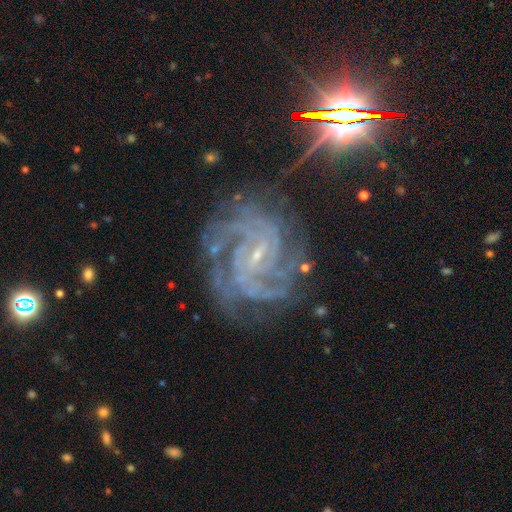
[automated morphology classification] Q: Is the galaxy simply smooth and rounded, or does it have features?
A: featured or disk — 87%.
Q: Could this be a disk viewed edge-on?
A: no — 98%.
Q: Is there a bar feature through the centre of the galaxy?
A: weak — 46%.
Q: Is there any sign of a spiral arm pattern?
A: yes — 98%.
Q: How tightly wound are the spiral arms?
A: tight — 62%.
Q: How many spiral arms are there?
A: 3 — 21%, tied with 2 and 4.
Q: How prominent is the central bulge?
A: small — 83%.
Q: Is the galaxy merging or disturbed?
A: none — 71%.